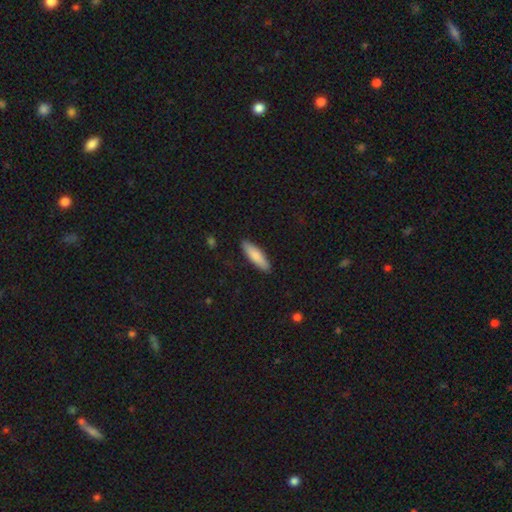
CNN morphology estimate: This is clearly a smooth galaxy (82%). How rounded: likely cigar-shaped (63%). Merging: clearly none (90%).